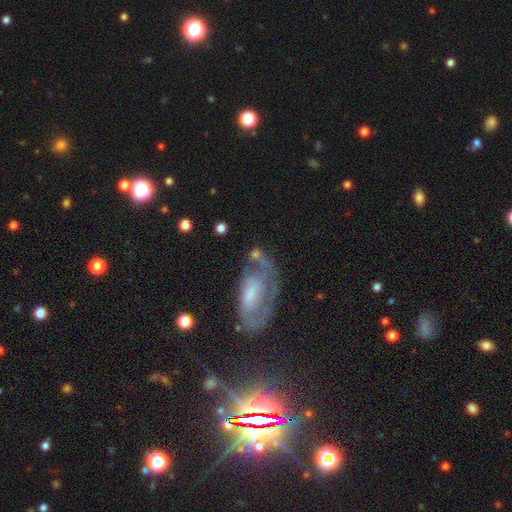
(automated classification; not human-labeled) This is likely a featured or disk galaxy (64%). It is clearly not viewed edge-on (94%). Bar: possibly no (58%). Spiral arm pattern: likely yes (73%). Central bulge: marginally small (39%). Merging: possibly none (46%).